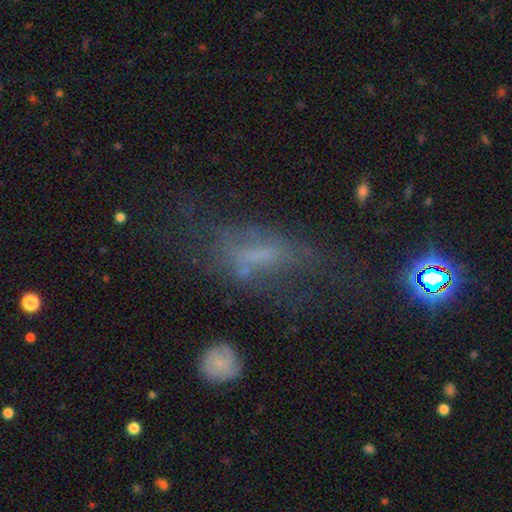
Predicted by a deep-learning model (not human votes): featured or disk 40%, smooth 37%, star or artifact 23%. Down the decision tree: merging — none (37%).